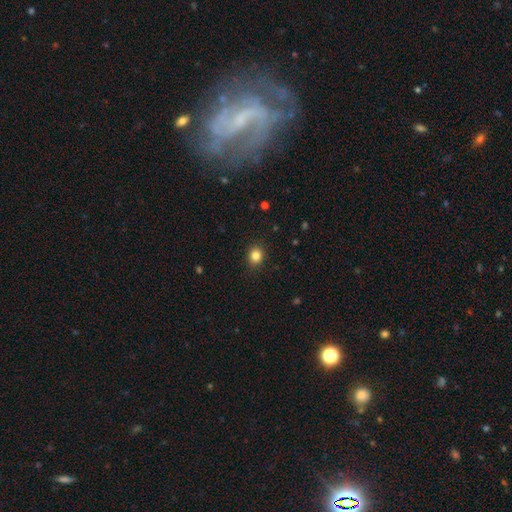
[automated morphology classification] Q: Smooth or featured?
A: smooth (84%); runner-up: star or artifact (11%)
Q: How rounded?
A: round (69%); runner-up: in between (30%)
Q: Merging?
A: none (90%); runner-up: minor disturbance (7%)